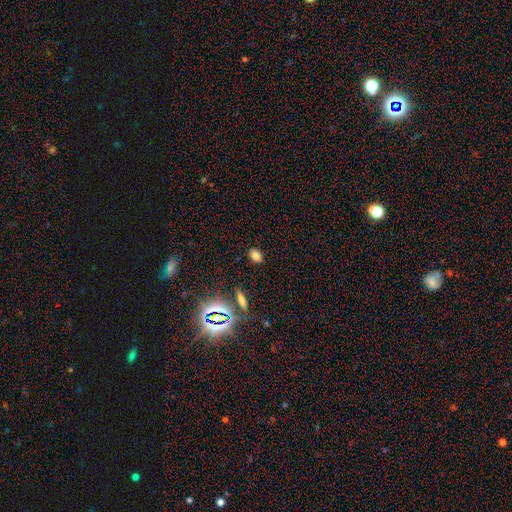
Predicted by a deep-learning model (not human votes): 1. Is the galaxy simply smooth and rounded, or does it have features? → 77% smooth, 17% star or artifact, 7% featured or disk.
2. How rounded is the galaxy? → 80% in between, 17% round, 3% cigar-shaped.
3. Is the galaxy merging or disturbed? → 86% none, 9% minor disturbance, 3% major disturbance, 2% merger.